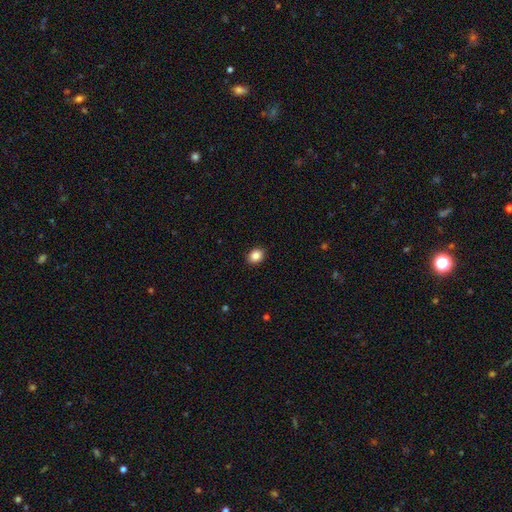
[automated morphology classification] The model was most divided on "how rounded": in between: 56%, round: 43%, cigar-shaped: 1%. More confident: merging — none (91%); smooth or featured — smooth (86%).